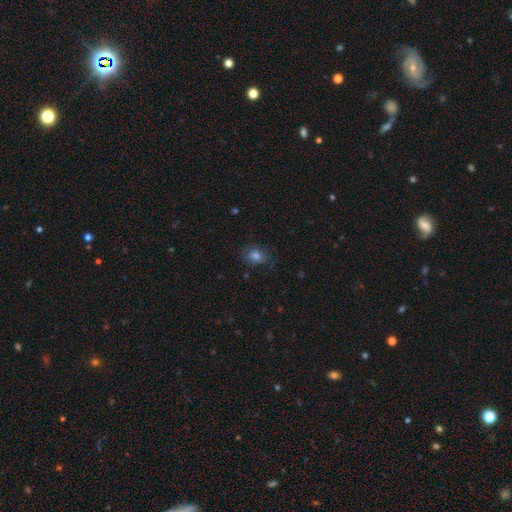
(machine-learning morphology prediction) type=smooth (78%); roundness=in between (61%); merging=none (75%).